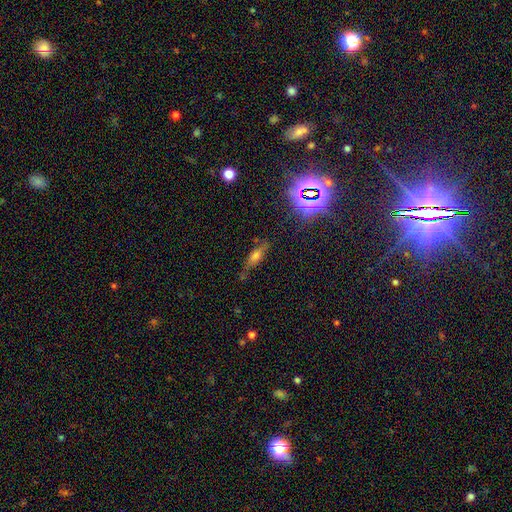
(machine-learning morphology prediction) type=smooth (50%); merging=none (65%).